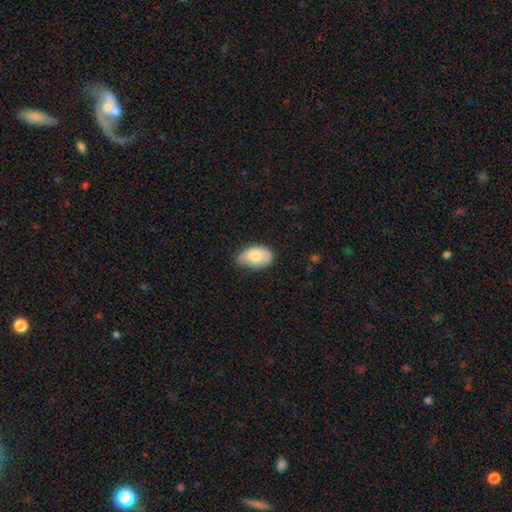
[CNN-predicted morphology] The model was most divided on "merging": none: 47%, minor disturbance: 43%, major disturbance: 8%, merger: 2%. More confident: how rounded — in between (90%); smooth or featured — smooth (79%).